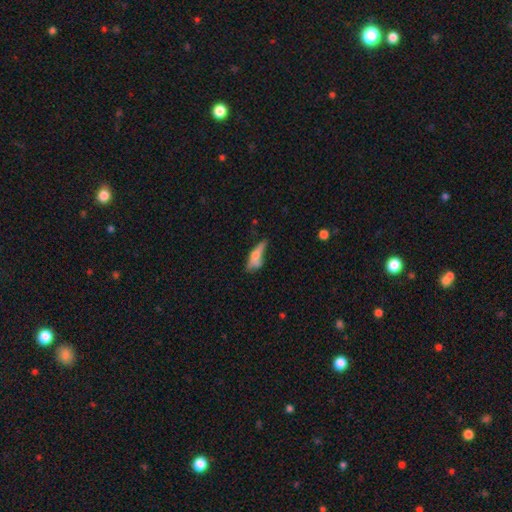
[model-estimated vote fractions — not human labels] Overall: smooth (55%; featured or disk 36%). How rounded: cigar-shaped (51%; in between 45%). Merging: none (34%; minor disturbance 27%).